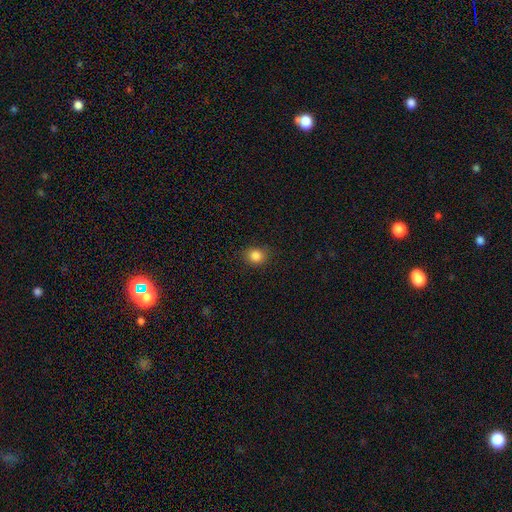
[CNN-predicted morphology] type=smooth (85%); roundness=round (71%); merging=none (85%).